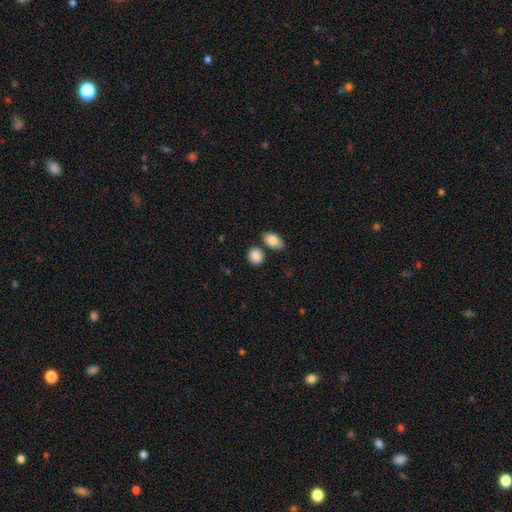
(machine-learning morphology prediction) smooth-or-featured: smooth: 88% | star or artifact: 8% | featured or disk: 4%
  how-rounded: round: 54% | in between: 44% | cigar-shaped: 2%
  merging: none: 72% | merger: 14% | minor disturbance: 11% | major disturbance: 3%